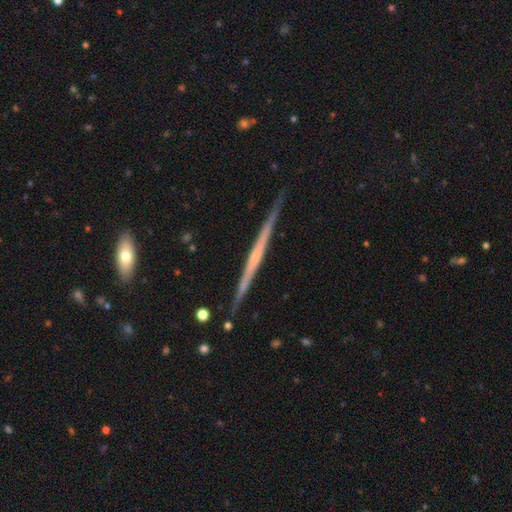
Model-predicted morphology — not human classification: Smooth or featured? Predicted: featured or disk (p=0.74). Edge-on disk? Predicted: yes (p=0.98). Edge-on bulge? Predicted: none (p=0.72). Merging? Predicted: none (p=0.88).